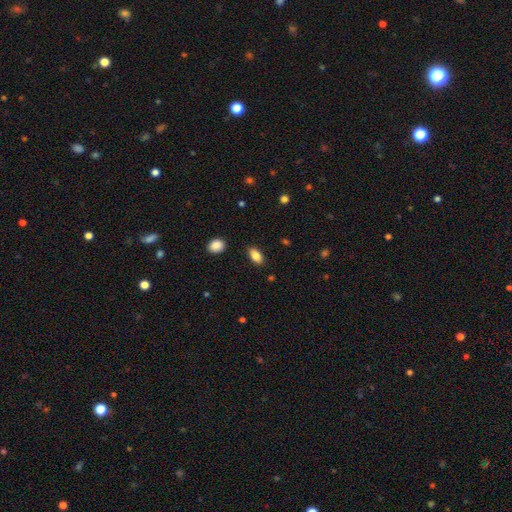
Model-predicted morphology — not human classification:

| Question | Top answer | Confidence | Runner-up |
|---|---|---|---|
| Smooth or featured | smooth | 84% | featured or disk (8%) |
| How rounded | in between | 89% | cigar-shaped (6%) |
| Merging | none | 87% | minor disturbance (9%) |